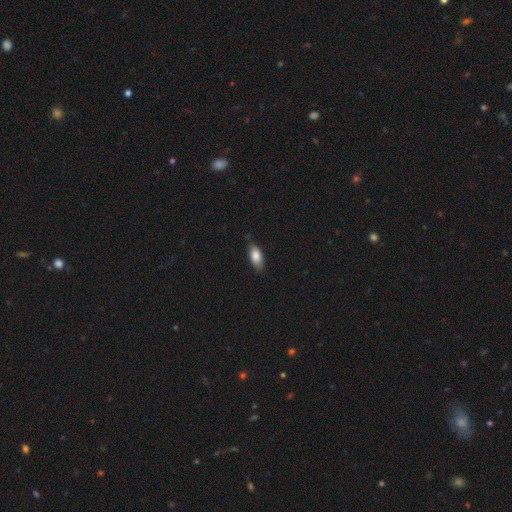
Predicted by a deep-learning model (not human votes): smooth_or_featured: smooth (p=0.82) [alt: featured or disk p=0.11]
how_rounded: in between (p=0.87) [alt: cigar-shaped p=0.10]
merging: none (p=0.75) [alt: minor disturbance p=0.20]